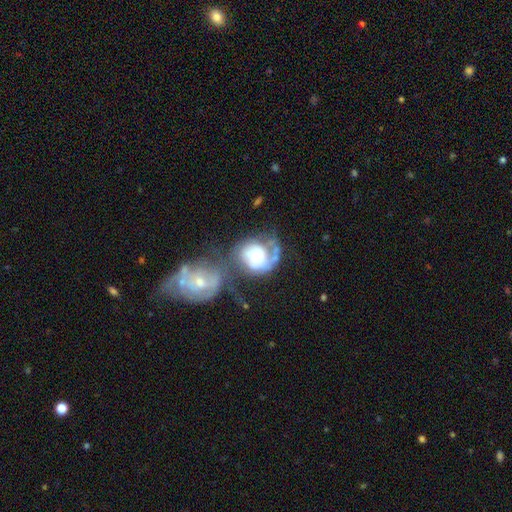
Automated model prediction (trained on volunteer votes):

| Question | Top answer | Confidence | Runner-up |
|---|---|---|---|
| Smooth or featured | featured or disk | 66% | smooth (27%) |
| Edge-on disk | no | 97% | yes (3%) |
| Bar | no | 66% | weak (26%) |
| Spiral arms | yes | 77% | no (23%) |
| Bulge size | moderate | 47% | large (34%) |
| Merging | merger | 51% | major disturbance (20%) |